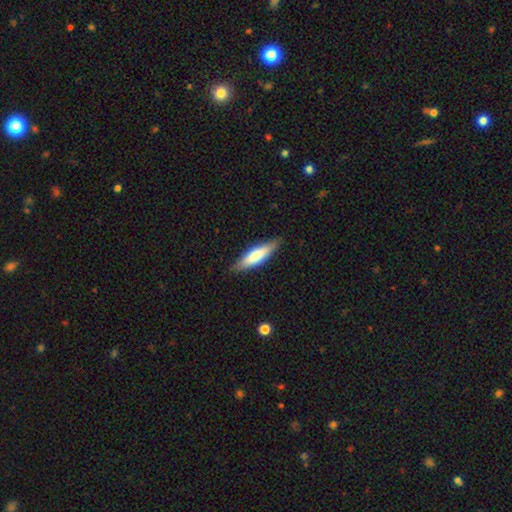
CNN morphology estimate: smooth-or-featured: smooth: 63% | featured or disk: 31% | star or artifact: 5%
  how-rounded: cigar-shaped: 63% | in between: 36% | round: 1%
  merging: none: 85% | minor disturbance: 12% | major disturbance: 2% | merger: 1%